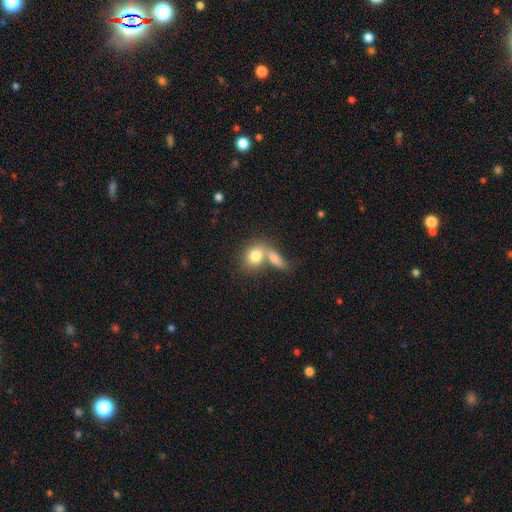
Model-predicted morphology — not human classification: smooth-or-featured: smooth: 78% | featured or disk: 15% | star or artifact: 7%
  how-rounded: in between: 49% | round: 47% | cigar-shaped: 4%
  merging: merger: 59% | none: 28% | minor disturbance: 8% | major disturbance: 5%